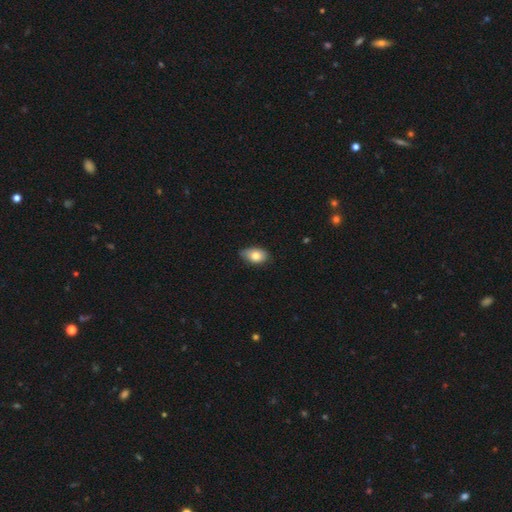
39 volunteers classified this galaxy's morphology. A smooth galaxy with no disk features (67%) that is in between round and cigar-shaped (88%). Merging: none (71%).